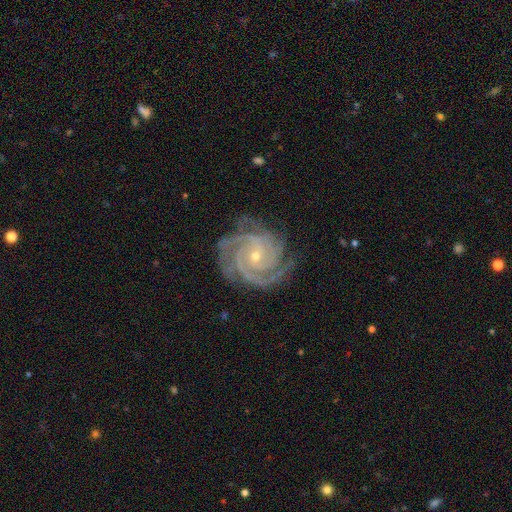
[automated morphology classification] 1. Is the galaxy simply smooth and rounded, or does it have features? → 93% featured or disk, 4% star or artifact, 3% smooth.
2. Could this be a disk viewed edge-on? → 98% no, 2% yes.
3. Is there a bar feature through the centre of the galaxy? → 67% no, 23% weak, 9% strong.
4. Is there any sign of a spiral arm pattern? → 99% yes, 1% no.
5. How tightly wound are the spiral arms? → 79% tight, 19% medium, 2% loose.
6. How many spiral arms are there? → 38% 3, 27% 4, 12% 2, 9% can't tell, 7% more than 4, 6% 1.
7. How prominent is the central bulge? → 71% small, 26% moderate, 1% large, 1% none, 1% dominant.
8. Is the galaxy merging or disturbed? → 78% none, 16% minor disturbance, 5% major disturbance, 1% merger.